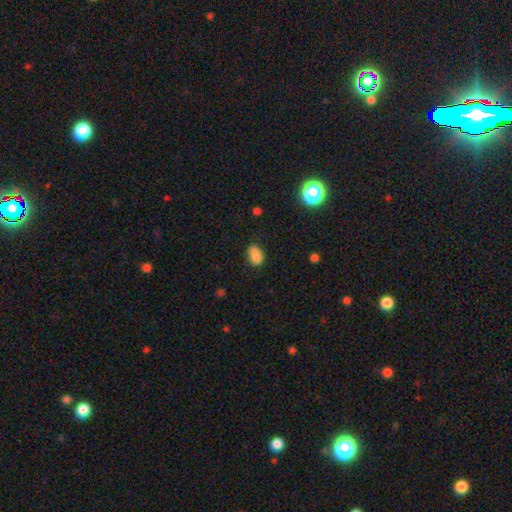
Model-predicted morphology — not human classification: Smooth or featured? smooth (81%)
How rounded? in between (81%)
Merging? none (57%)